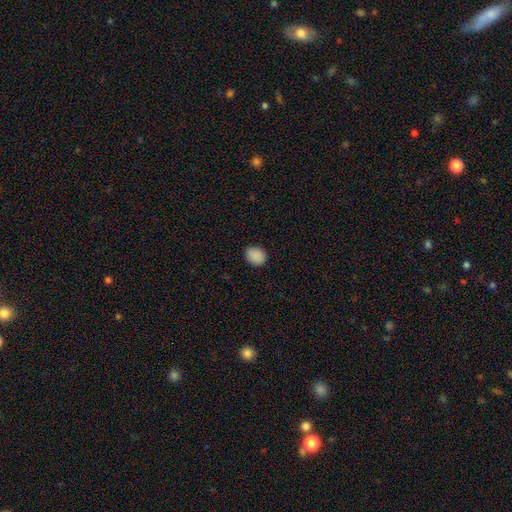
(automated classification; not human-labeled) smooth_or_featured: smooth (p=0.89) [alt: star or artifact p=0.09]
how_rounded: round (p=0.54) [alt: in between p=0.45]
merging: none (p=0.88) [alt: minor disturbance p=0.09]